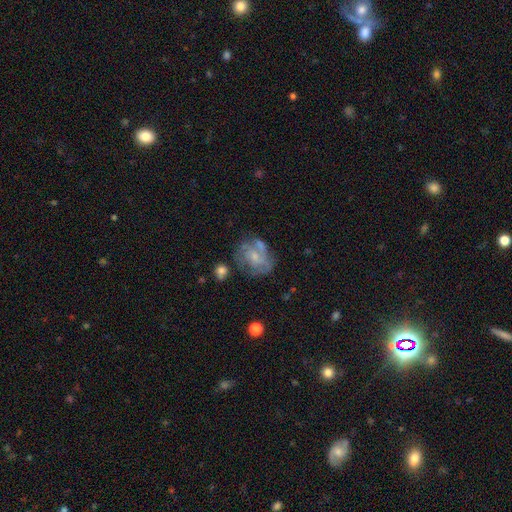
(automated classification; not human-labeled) A featured or disk galaxy (62%) with no bar (68%), spiral arms (62%) and a small central bulge (53%).

Vote fractions:
- Smooth or featured? featured or disk: 62% / smooth: 30% / star or artifact: 8%
- Edge-on disk? no: 98% / yes: 2%
- Bar? no: 68% / weak: 28% / strong: 4%
- Spiral arms? yes: 62% / no: 38%
- Bulge size? small: 53% / moderate: 30% / none: 14% / large: 2% / dominant: 1%
- Merging? none: 51% / minor disturbance: 23% / major disturbance: 17% / merger: 8%